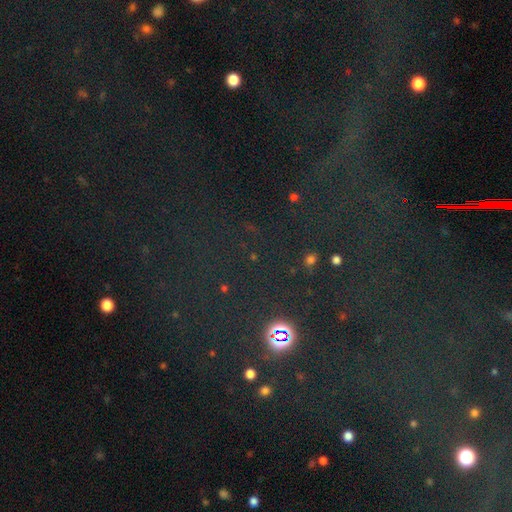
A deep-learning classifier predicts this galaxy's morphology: This appears to be a star or artifact, not a galaxy (73%).